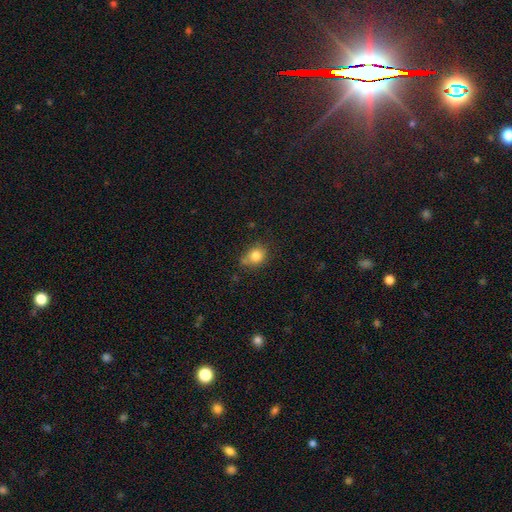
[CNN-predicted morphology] A smooth galaxy with no disk features (83%) that is round (64%).

Vote fractions:
- Smooth or featured? smooth: 83% / star or artifact: 10% / featured or disk: 7%
- How rounded? round: 64% / in between: 35% / cigar-shaped: 1%
- Merging? none: 62% / minor disturbance: 25% / merger: 8% / major disturbance: 6%